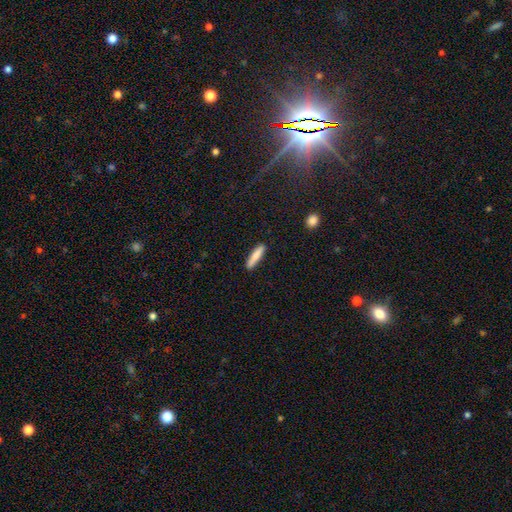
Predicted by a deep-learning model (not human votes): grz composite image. It shows a smooth galaxy with no disk features (81%) that is cigar-shaped (87%). Merging: none (88%).